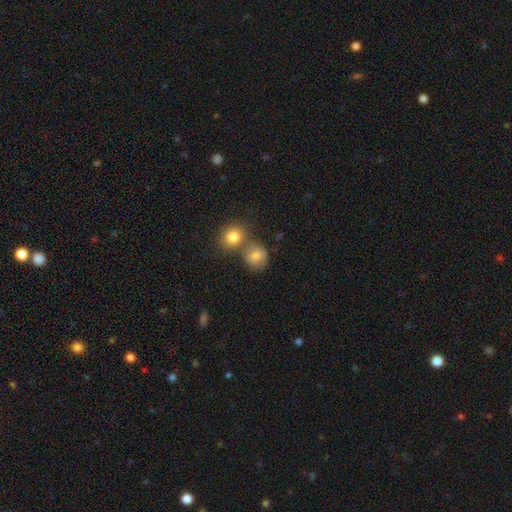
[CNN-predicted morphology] A smooth galaxy with no disk features (81%) that is round (79%).

Vote fractions:
- Smooth or featured? smooth: 81% / star or artifact: 10% / featured or disk: 9%
- How rounded? round: 79% / in between: 20% / cigar-shaped: 1%
- Merging? none: 49% / merger: 38% / minor disturbance: 10% / major disturbance: 4%